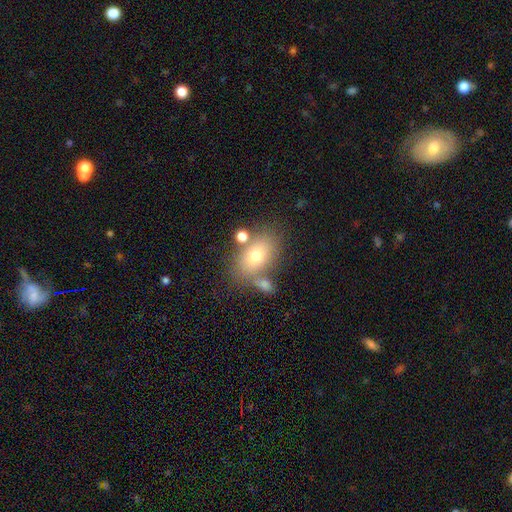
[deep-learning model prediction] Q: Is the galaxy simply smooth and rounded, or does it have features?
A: smooth — 69%.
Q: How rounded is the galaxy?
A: in between — 82%.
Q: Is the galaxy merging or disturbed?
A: none — 61%.